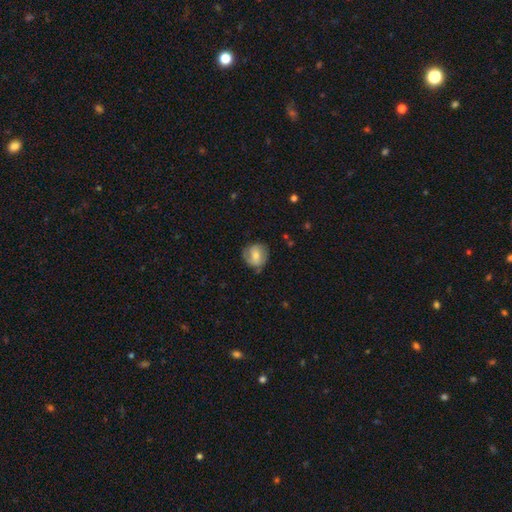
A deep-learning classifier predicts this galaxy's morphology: Q: Smooth or featured?
A: smooth (55%); runner-up: featured or disk (38%)
Q: How rounded?
A: round (82%); runner-up: in between (17%)
Q: Merging?
A: none (71%); runner-up: minor disturbance (21%)